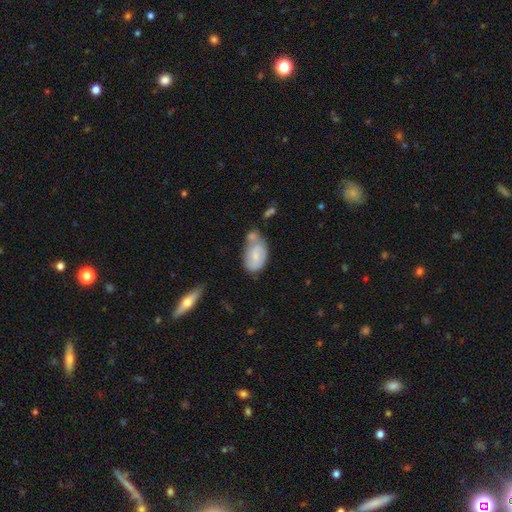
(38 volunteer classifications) smooth 55%, featured or disk 42%, star or artifact 3%. Down the decision tree: how rounded — in between (81%); merging — none (38%).